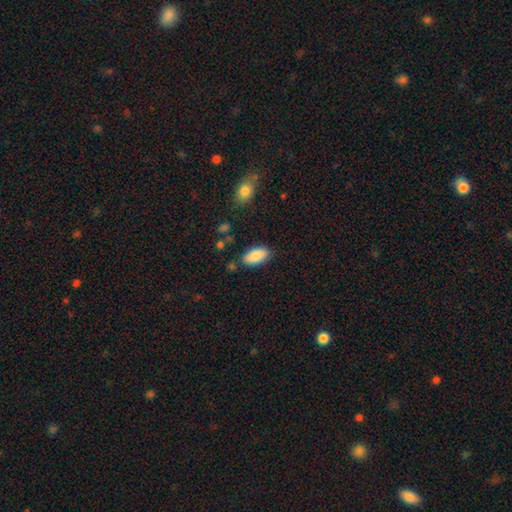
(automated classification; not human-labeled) A smooth galaxy with no disk features (87%) that is in between round and cigar-shaped (93%).

Vote fractions:
- Smooth or featured? smooth: 87% / star or artifact: 6% / featured or disk: 6%
- How rounded? in between: 93% / cigar-shaped: 5% / round: 2%
- Merging? none: 83% / minor disturbance: 12% / major disturbance: 3% / merger: 3%